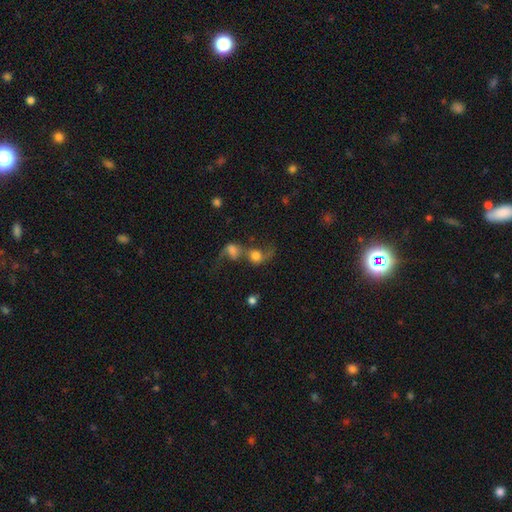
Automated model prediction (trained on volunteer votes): Smooth or featured?
  - smooth: 55% *
  - featured or disk: 32%
  - star or artifact: 13%
How rounded?
  - round: 63% *
  - in between: 35%
  - cigar-shaped: 2%
Merging?
  - merger: 79% *
  - major disturbance: 9%
  - none: 8%
  - minor disturbance: 4%